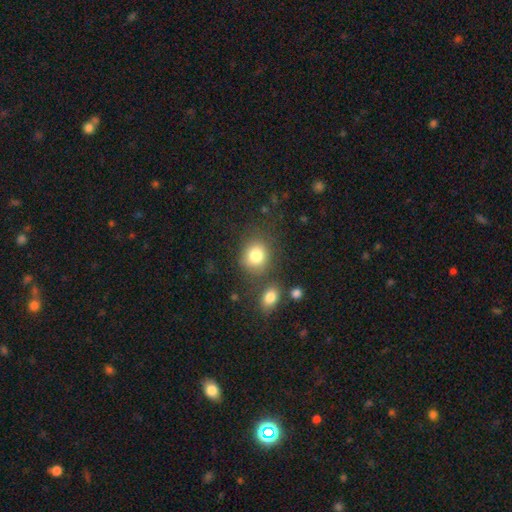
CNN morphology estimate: smooth-or-featured: smooth: 81% | star or artifact: 10% | featured or disk: 8%
  how-rounded: round: 68% | in between: 31% | cigar-shaped: 1%
  merging: none: 70% | minor disturbance: 14% | merger: 10% | major disturbance: 6%